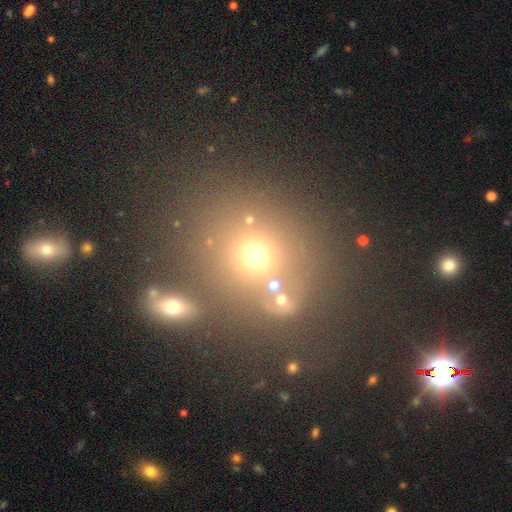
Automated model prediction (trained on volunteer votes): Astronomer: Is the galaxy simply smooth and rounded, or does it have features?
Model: smooth — 62%.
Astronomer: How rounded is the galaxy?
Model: round — 78%.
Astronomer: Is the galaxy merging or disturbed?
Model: none — 65%.